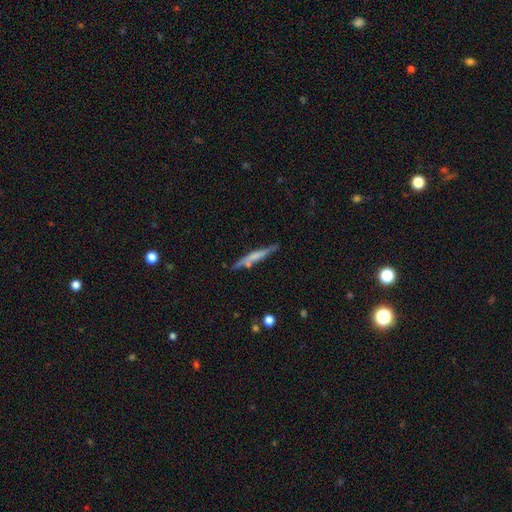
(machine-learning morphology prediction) type=smooth (47%); merging=none (76%).